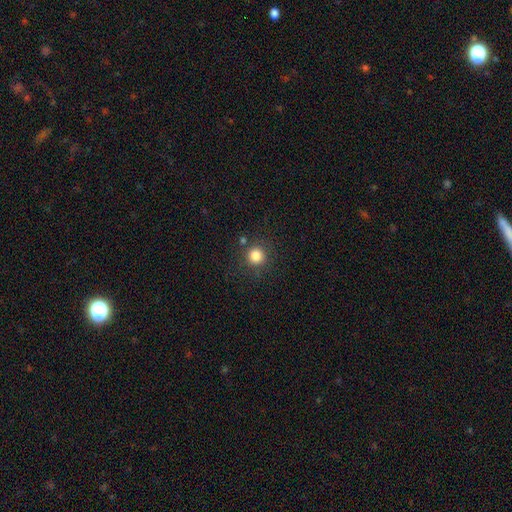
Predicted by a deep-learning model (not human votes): Smooth or featured? Predicted: smooth (p=0.82). How rounded? Predicted: round (p=0.93). Merging? Predicted: none (p=0.82).